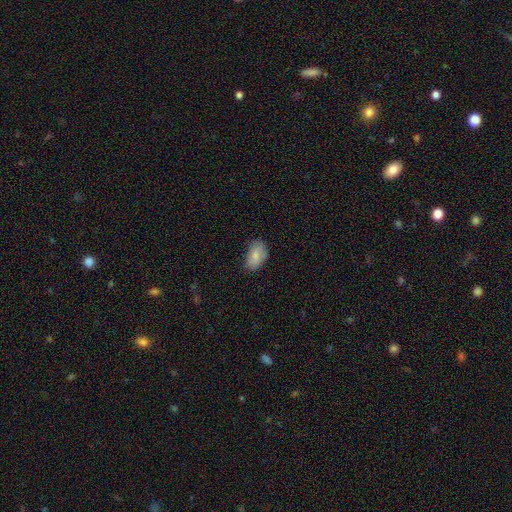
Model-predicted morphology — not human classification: Smooth or featured? smooth (84%)
How rounded? in between (92%)
Merging? none (70%)